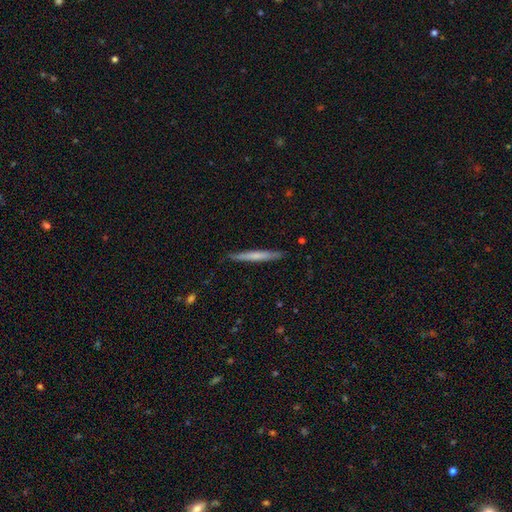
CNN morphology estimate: Smooth or featured? Predicted: smooth (p=0.56). How rounded? Predicted: cigar-shaped (p=0.97). Merging? Predicted: none (p=0.89).